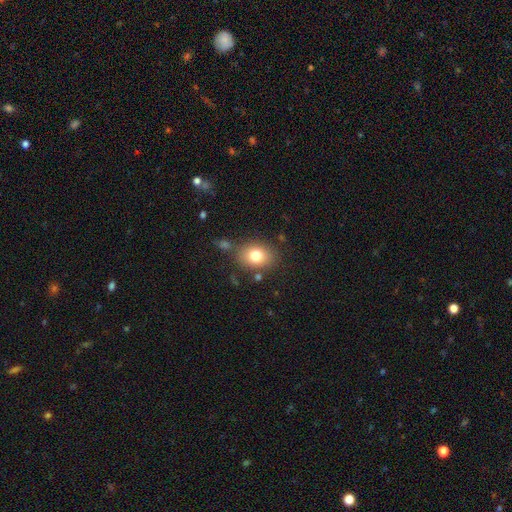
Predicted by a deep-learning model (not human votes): smooth-or-featured: smooth: 79% | featured or disk: 11% | star or artifact: 10%
  how-rounded: in between: 62% | round: 37% | cigar-shaped: 1%
  merging: none: 77% | minor disturbance: 13% | merger: 6% | major disturbance: 4%